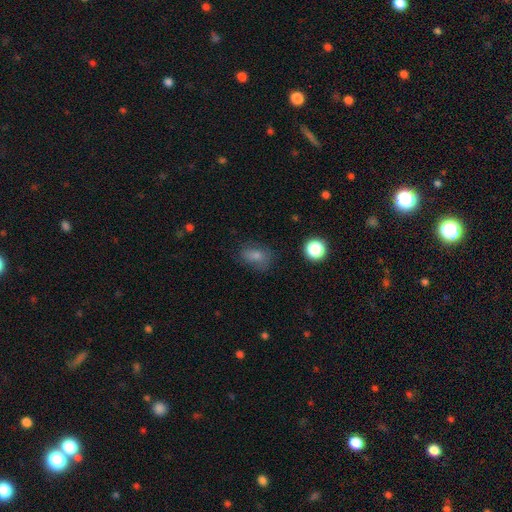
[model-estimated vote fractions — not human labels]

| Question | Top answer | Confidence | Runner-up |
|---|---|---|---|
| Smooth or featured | smooth | 73% | star or artifact (14%) |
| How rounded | in between | 72% | round (26%) |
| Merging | none | 59% | minor disturbance (25%) |